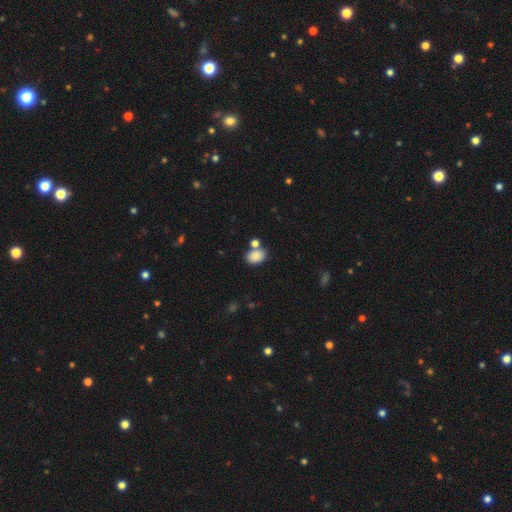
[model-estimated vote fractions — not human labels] Smooth or featured: smooth — 86% (star or artifact — 9%)
How rounded: in between — 76% (round — 23%)
Merging: none — 58% (merger — 24%)